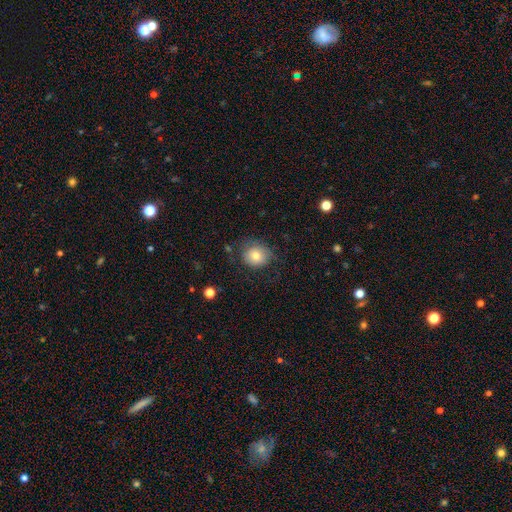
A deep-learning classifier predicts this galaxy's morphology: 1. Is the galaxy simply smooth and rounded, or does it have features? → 77% smooth, 14% featured or disk, 9% star or artifact.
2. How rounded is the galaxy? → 76% round, 23% in between, 1% cigar-shaped.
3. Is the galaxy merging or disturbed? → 67% none, 21% minor disturbance, 11% major disturbance, 2% merger.